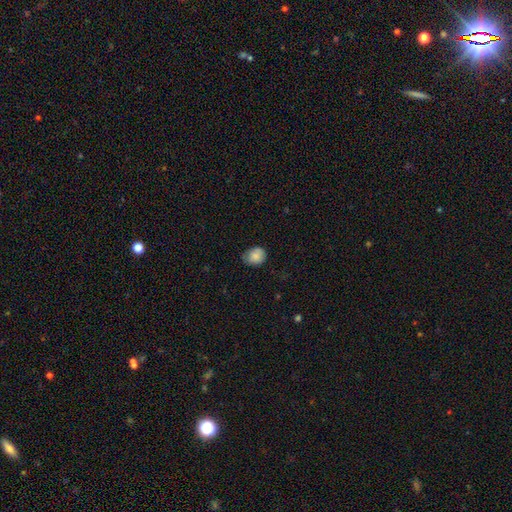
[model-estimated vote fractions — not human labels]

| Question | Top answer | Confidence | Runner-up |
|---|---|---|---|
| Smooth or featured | smooth | 84% | star or artifact (8%) |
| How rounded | round | 60% | in between (39%) |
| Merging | none | 66% | minor disturbance (28%) |